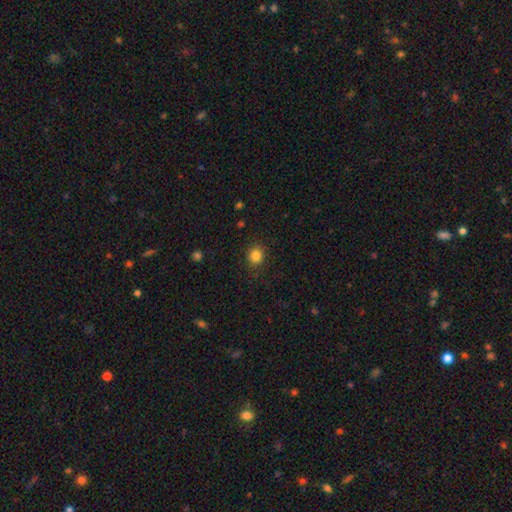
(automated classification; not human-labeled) Q: Smooth or featured?
A: smooth (84%); runner-up: star or artifact (12%)
Q: How rounded?
A: round (83%); runner-up: in between (17%)
Q: Merging?
A: none (88%); runner-up: minor disturbance (8%)